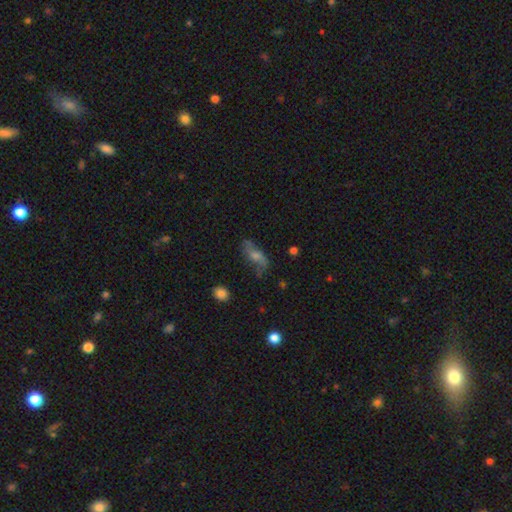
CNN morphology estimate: Smooth or featured? Predicted: featured or disk (p=0.56). Edge-on disk? Predicted: no (p=0.82). Merging? Predicted: none (p=0.62).